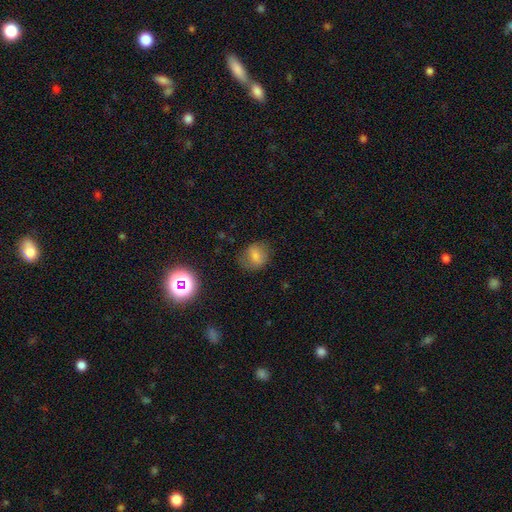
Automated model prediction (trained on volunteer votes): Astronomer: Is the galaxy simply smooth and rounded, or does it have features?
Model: smooth — 72%.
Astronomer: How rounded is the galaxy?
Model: round — 61% (runner-up: in between, 38%).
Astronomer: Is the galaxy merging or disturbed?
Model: none — 74%.